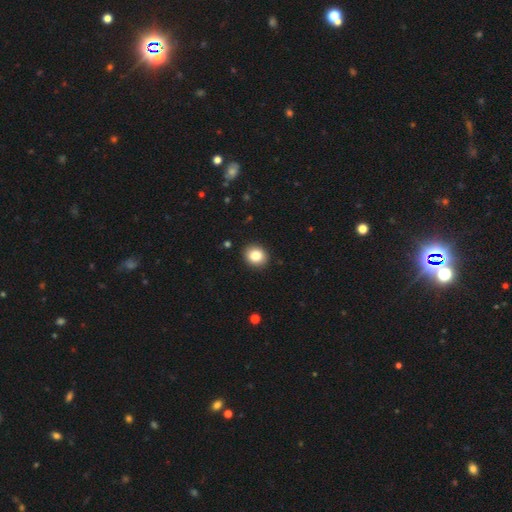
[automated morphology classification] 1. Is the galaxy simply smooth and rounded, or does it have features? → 84% smooth, 10% star or artifact, 7% featured or disk.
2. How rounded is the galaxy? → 74% round, 25% in between, 1% cigar-shaped.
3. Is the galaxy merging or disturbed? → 91% none, 6% minor disturbance, 2% major disturbance, 1% merger.